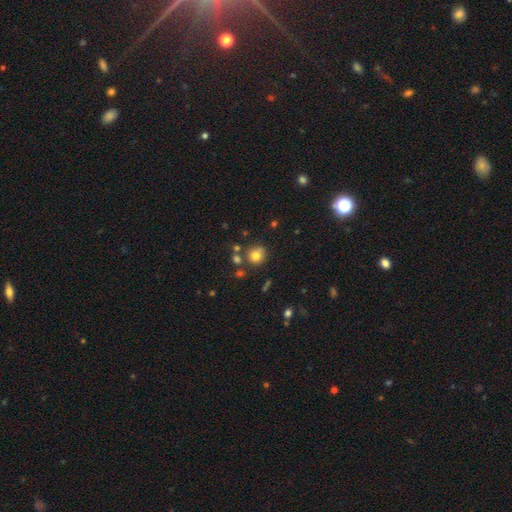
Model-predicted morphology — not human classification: type=smooth (77%); roundness=round (88%); merging=none (74%).